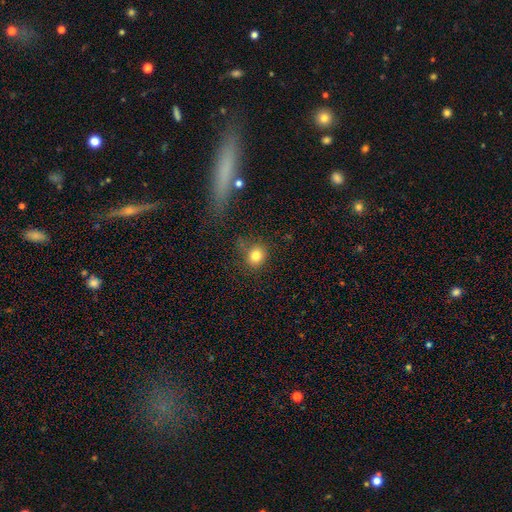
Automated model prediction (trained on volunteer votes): Smooth or featured? smooth (81%)
How rounded? round (82%)
Merging? none (70%)